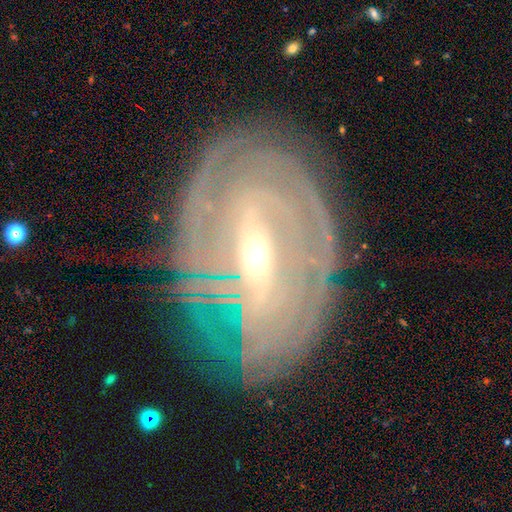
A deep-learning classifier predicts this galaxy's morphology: This is clearly a featured or disk galaxy (85%). It is clearly not viewed edge-on (93%). Bar: possibly strong (54%). Spiral arm pattern: clearly yes (90%). Spiral arm count: marginally can't tell (42%). Spiral winding: likely tight (75%). Central bulge: possibly moderate (49%). Merging: likely none (76%).